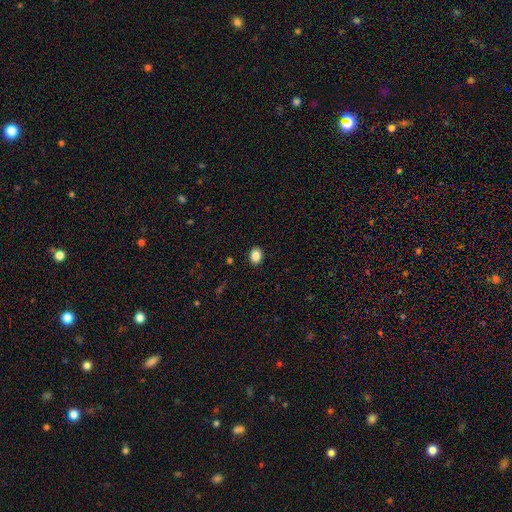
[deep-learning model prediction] smooth_or_featured: smooth (p=0.86) [alt: star or artifact p=0.09]
how_rounded: in between (p=0.69) [alt: round p=0.30]
merging: none (p=0.91) [alt: minor disturbance p=0.07]